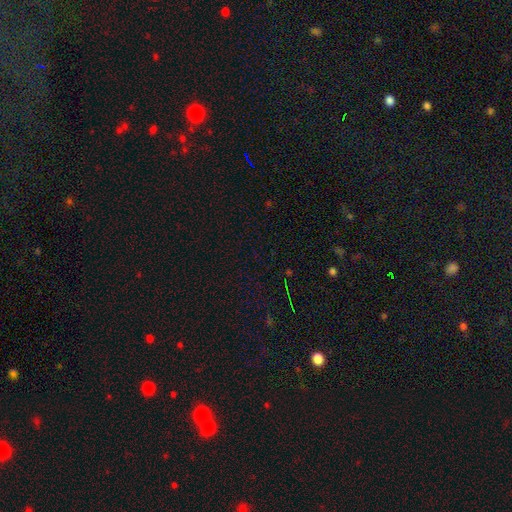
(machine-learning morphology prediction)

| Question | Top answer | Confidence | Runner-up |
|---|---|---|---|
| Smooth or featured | star or artifact | 73% | smooth (20%) |